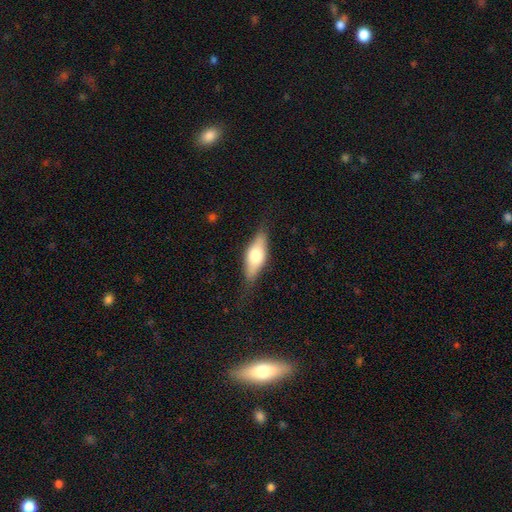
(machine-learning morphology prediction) A smooth galaxy with no disk features (59%) that is in between round and cigar-shaped (69%).

Vote fractions:
- Smooth or featured? smooth: 59% / featured or disk: 35% / star or artifact: 6%
- How rounded? in between: 69% / cigar-shaped: 28% / round: 3%
- Merging? none: 76% / minor disturbance: 18% / major disturbance: 5% / merger: 1%